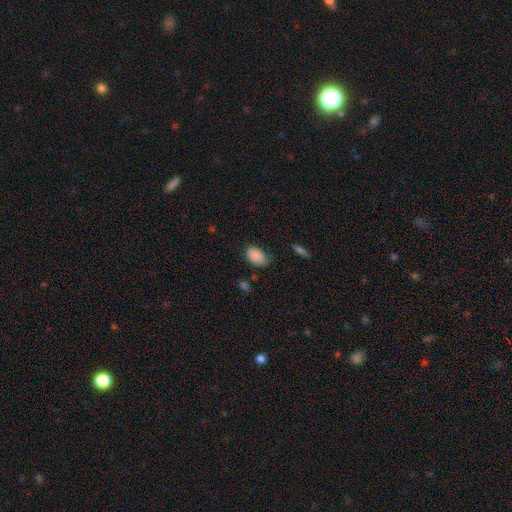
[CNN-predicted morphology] Overall: smooth (88%). How rounded: in between (89%). Merging: none (70%).